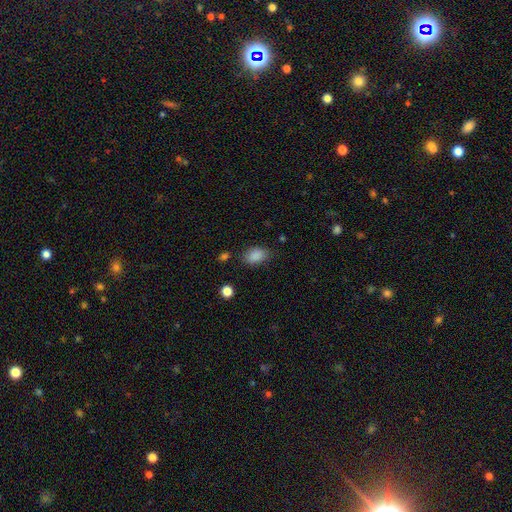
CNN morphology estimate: Smooth or featured?
  - smooth: 87% *
  - star or artifact: 9%
  - featured or disk: 4%
How rounded?
  - in between: 84% *
  - round: 14%
  - cigar-shaped: 1%
Merging?
  - none: 77% *
  - minor disturbance: 16%
  - major disturbance: 4%
  - merger: 2%